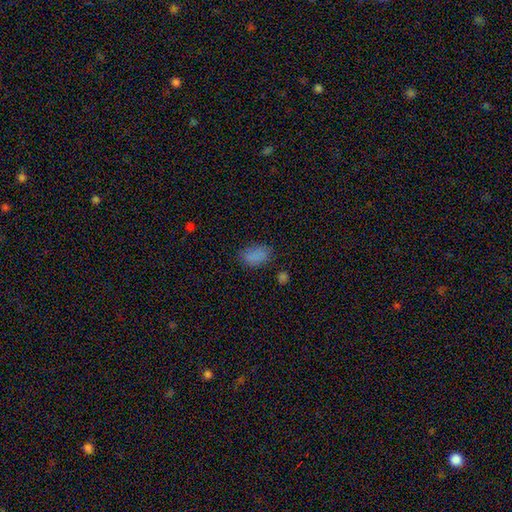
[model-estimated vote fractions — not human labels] smooth-or-featured: smooth: 82% | star or artifact: 14% | featured or disk: 5%
  how-rounded: in between: 90% | round: 9% | cigar-shaped: 2%
  merging: none: 77% | minor disturbance: 16% | major disturbance: 5% | merger: 3%